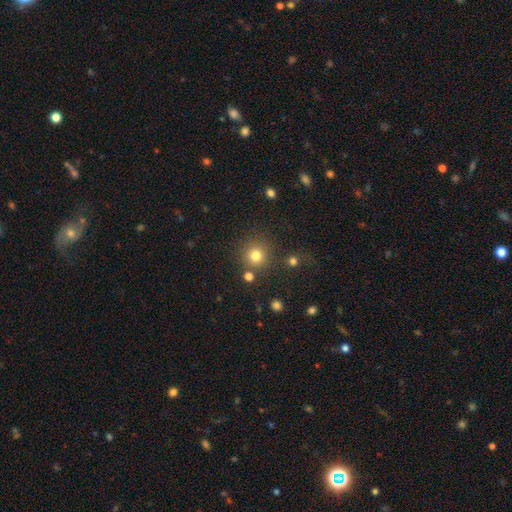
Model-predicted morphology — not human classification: This appears to be a smooth galaxy with no disk features (79%) that is round (93%). Merging: none (81%).